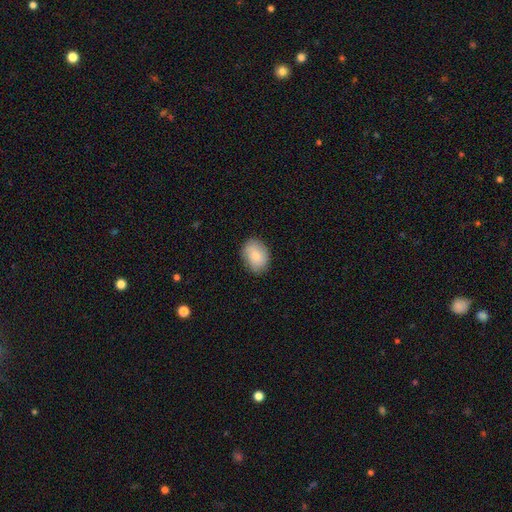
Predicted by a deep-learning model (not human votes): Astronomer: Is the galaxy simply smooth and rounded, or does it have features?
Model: smooth — 78%.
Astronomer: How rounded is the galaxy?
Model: in between — 68%.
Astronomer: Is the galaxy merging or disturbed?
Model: none — 81%.